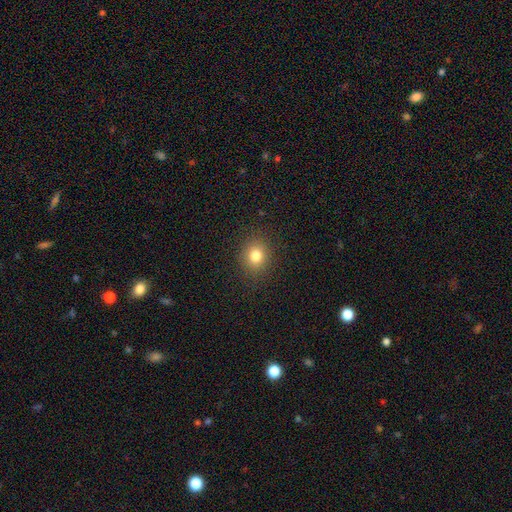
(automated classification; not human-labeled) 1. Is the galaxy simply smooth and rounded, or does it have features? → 80% smooth, 13% star or artifact, 7% featured or disk.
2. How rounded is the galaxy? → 76% round, 23% in between, 1% cigar-shaped.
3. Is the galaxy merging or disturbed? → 89% none, 7% minor disturbance, 3% major disturbance, 1% merger.